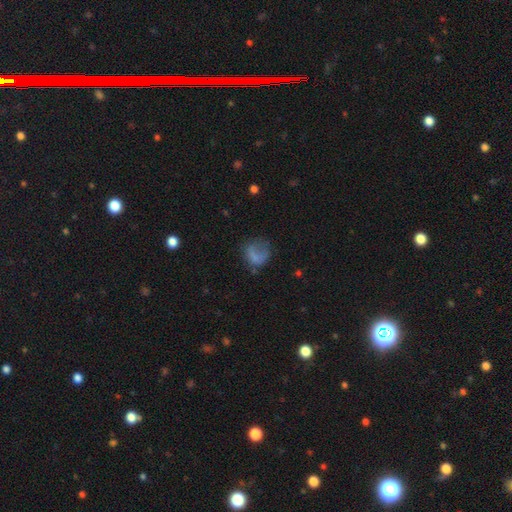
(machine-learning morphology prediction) Smooth or featured? smooth (65%)
How rounded? round (67%)
Merging? none (38%)